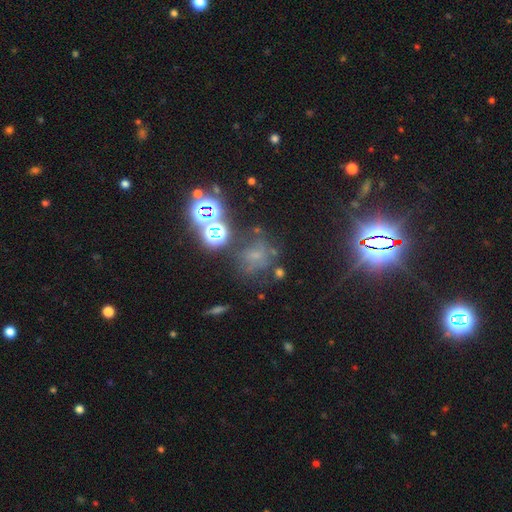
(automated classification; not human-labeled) A star or artifact, not a galaxy (41%).

Vote fractions:
- Smooth or featured? star or artifact: 41% / smooth: 37% / featured or disk: 22%